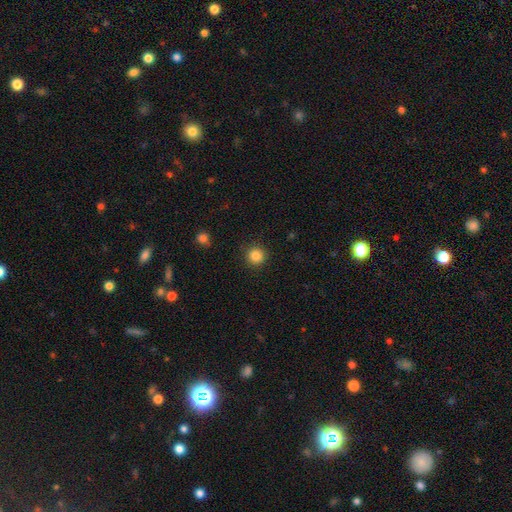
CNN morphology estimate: Smooth or featured: smooth — 85% (star or artifact — 11%)
How rounded: round — 95% (in between — 4%)
Merging: none — 91% (minor disturbance — 6%)